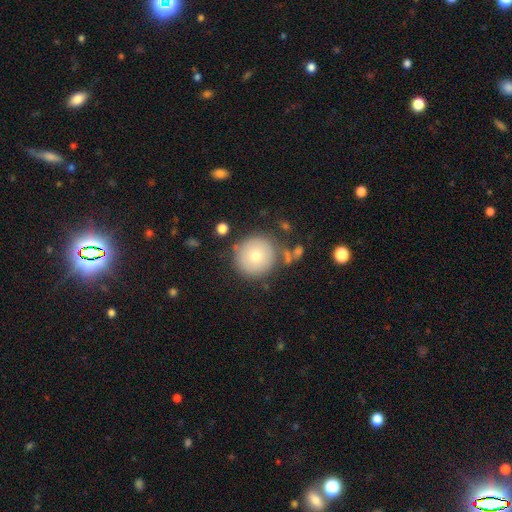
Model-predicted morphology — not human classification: type=smooth (70%); roundness=round (95%); merging=none (82%).